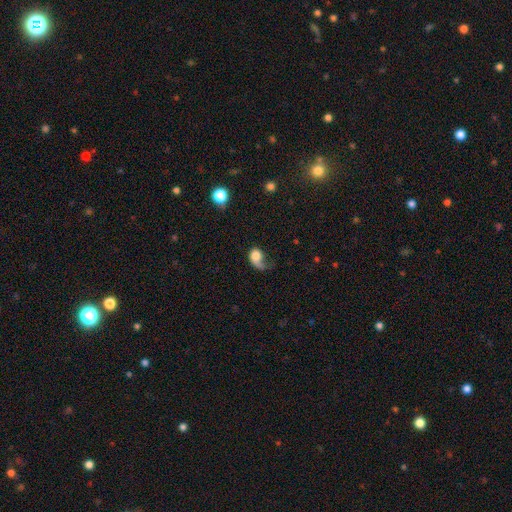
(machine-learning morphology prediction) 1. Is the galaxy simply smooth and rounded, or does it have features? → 59% smooth, 32% featured or disk, 9% star or artifact.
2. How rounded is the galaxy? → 55% in between, 43% round, 2% cigar-shaped.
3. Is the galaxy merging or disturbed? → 50% major disturbance, 24% none, 21% minor disturbance, 5% merger.